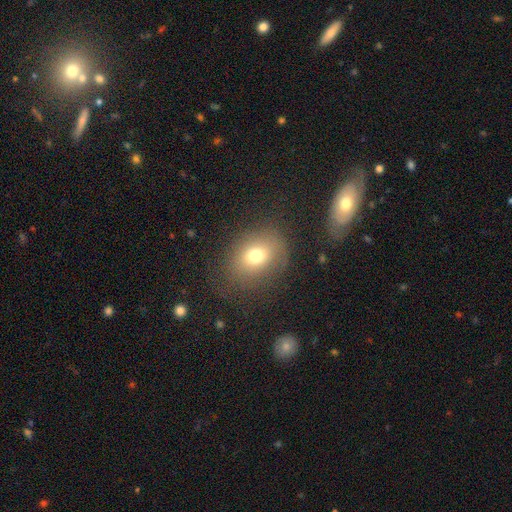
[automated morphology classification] smooth_or_featured: smooth (p=0.71) [alt: featured or disk p=0.15]
how_rounded: round (p=0.50) [alt: in between p=0.49]
merging: none (p=0.72) [alt: minor disturbance p=0.16]